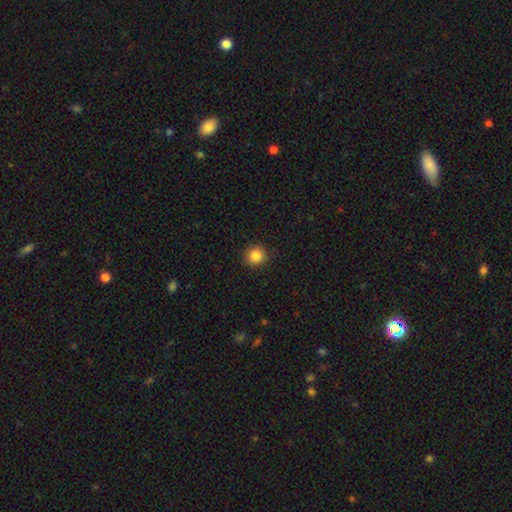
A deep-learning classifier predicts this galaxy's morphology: Smooth or featured?
  - smooth: 86% *
  - star or artifact: 10%
  - featured or disk: 4%
How rounded?
  - round: 89% *
  - in between: 10%
  - cigar-shaped: 1%
Merging?
  - none: 90% *
  - minor disturbance: 7%
  - major disturbance: 2%
  - merger: 1%